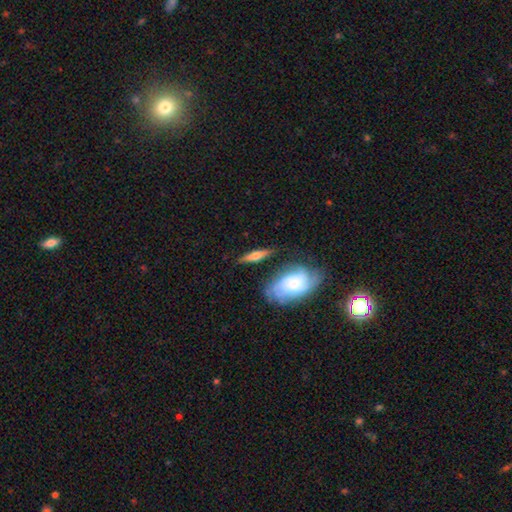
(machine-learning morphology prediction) Overall: smooth (48%; featured or disk 45%). Merging: none (76%).